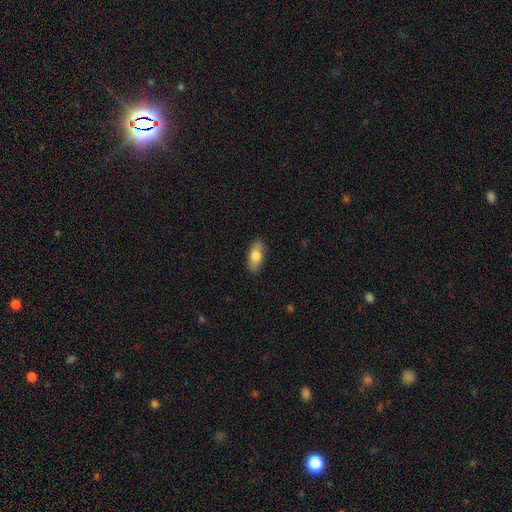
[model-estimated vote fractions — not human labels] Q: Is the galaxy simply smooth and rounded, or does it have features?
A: smooth — 78%.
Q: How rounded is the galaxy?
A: in between — 84%.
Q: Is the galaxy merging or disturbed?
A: none — 88%.